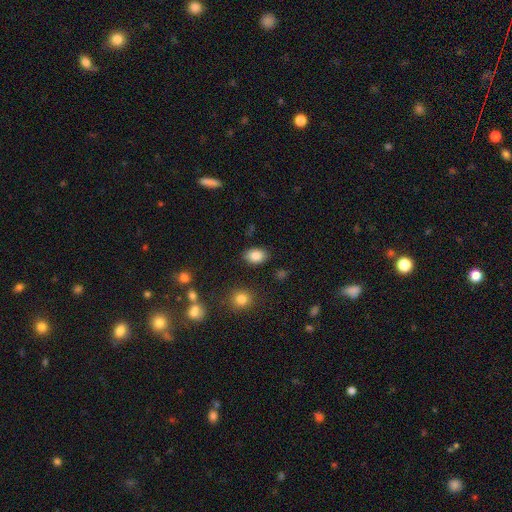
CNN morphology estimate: Smooth or featured?
  - smooth: 85% *
  - star or artifact: 9%
  - featured or disk: 6%
How rounded?
  - in between: 83% *
  - round: 16%
  - cigar-shaped: 1%
Merging?
  - none: 86% *
  - minor disturbance: 9%
  - major disturbance: 3%
  - merger: 2%